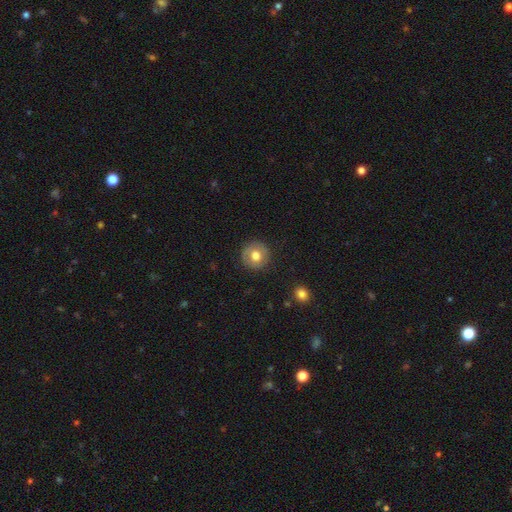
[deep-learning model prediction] Smooth or featured? smooth (70%)
How rounded? round (94%)
Merging? none (88%)